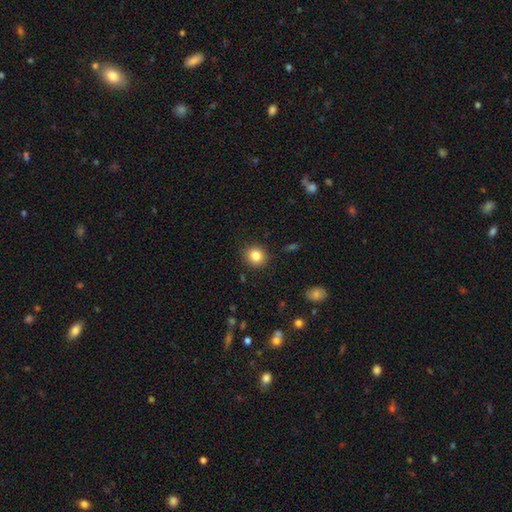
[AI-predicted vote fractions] This appears to be a smooth galaxy with no disk features (84%) that is round (82%). Merging: none (89%).